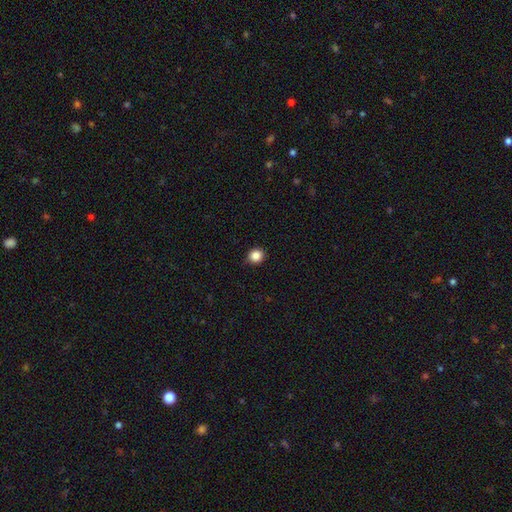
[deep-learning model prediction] smooth-or-featured: smooth: 86% | star or artifact: 10% | featured or disk: 4%
  how-rounded: round: 87% | in between: 12% | cigar-shaped: 1%
  merging: none: 89% | minor disturbance: 8% | major disturbance: 2% | merger: 1%